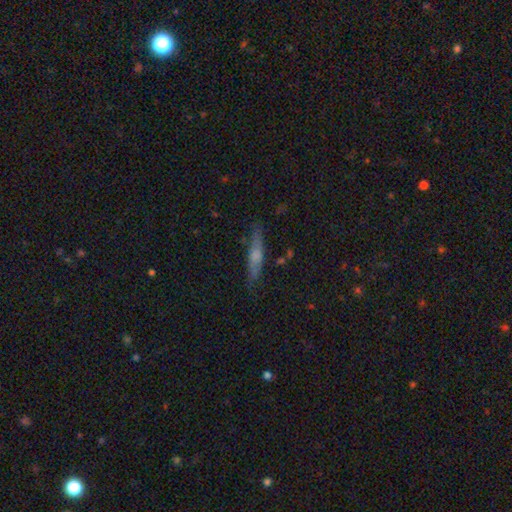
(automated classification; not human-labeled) Overall: smooth (48%; featured or disk 45%). Merging: none (82%).